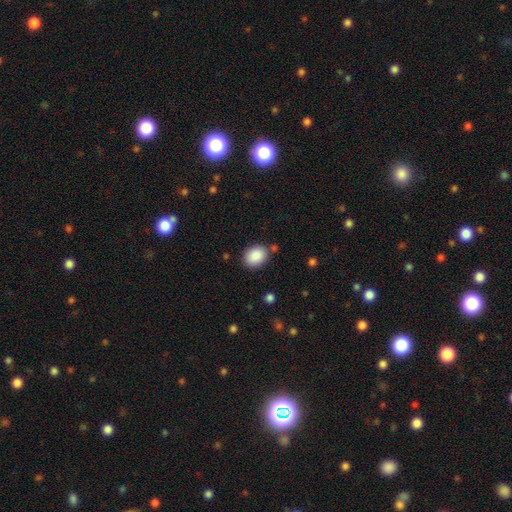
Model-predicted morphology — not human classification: smooth_or_featured: smooth (p=0.89) [alt: star or artifact p=0.08]
how_rounded: in between (p=0.59) [alt: round p=0.40]
merging: none (p=0.80) [alt: minor disturbance p=0.12]